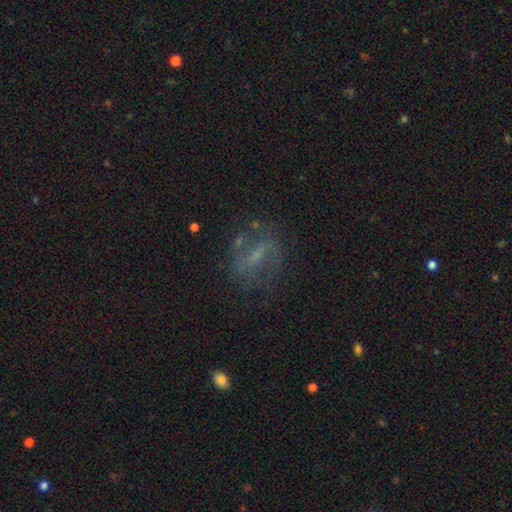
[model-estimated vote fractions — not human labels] Smooth or featured: featured or disk — 64% (smooth — 22%)
Edge-on disk: no — 92% (yes — 8%)
Bar: weak — 42% (strong — 37%)
Spiral arms: yes — 73% (no — 27%)
Bulge size: small — 51% (none — 27%)
Merging: none — 68% (minor disturbance — 17%)